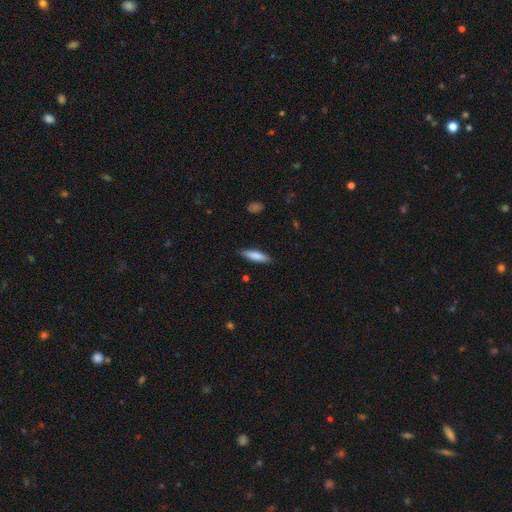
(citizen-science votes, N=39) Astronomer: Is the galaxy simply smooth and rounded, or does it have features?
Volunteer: smooth — 85%.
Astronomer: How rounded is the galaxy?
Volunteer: in between — 52% (runner-up: cigar-shaped, 48%).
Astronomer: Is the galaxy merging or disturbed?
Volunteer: none — 100%.